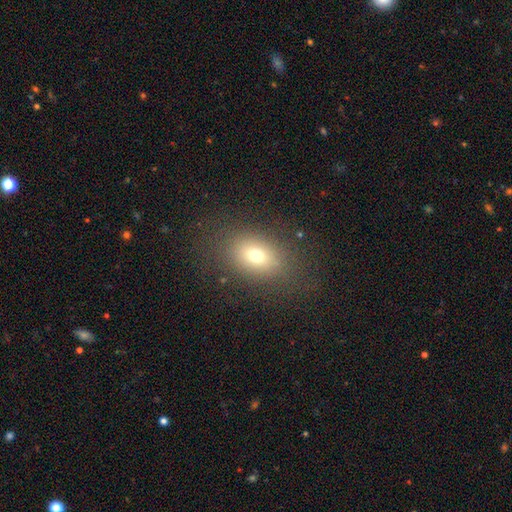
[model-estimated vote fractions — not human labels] This is likely a smooth galaxy (71%). How rounded: likely in between (68%). Merging: likely none (80%).